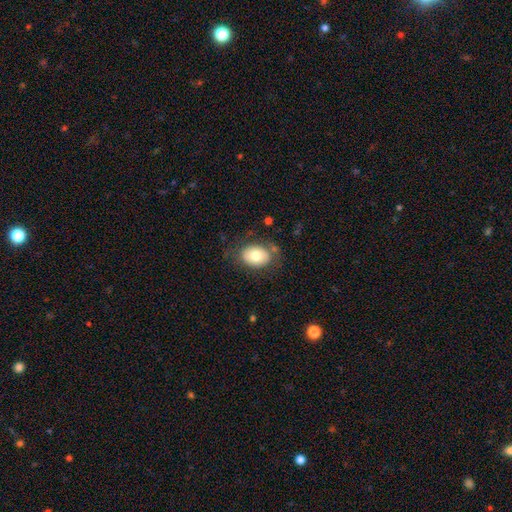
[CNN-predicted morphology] Q: Smooth or featured?
A: smooth (74%); runner-up: featured or disk (18%)
Q: How rounded?
A: in between (75%); runner-up: round (24%)
Q: Merging?
A: none (75%); runner-up: minor disturbance (16%)